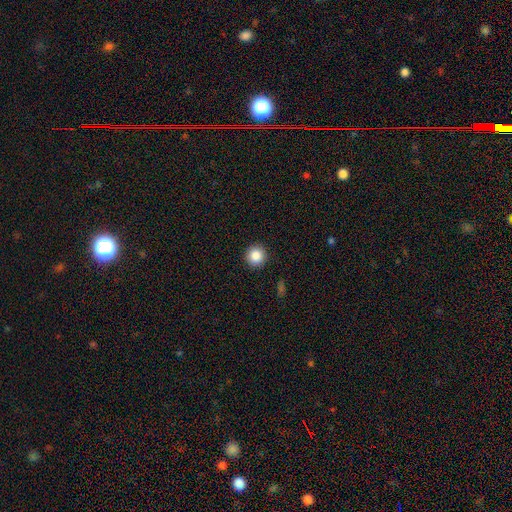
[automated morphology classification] This appears to be a smooth galaxy with no disk features (85%) that is round (94%). Merging: none (92%).